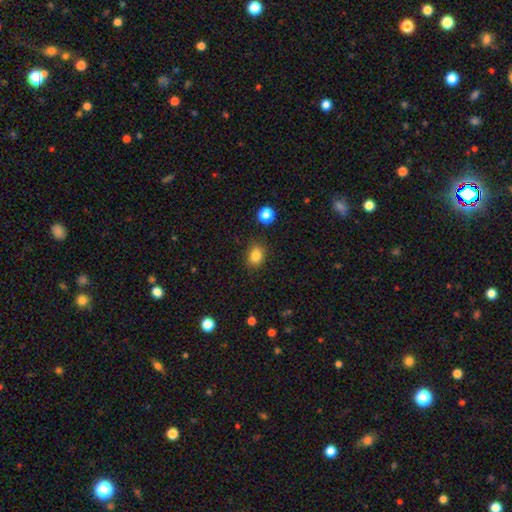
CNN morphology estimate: Overall: smooth (83%). How rounded: in between (55%; round 44%). Merging: none (83%).